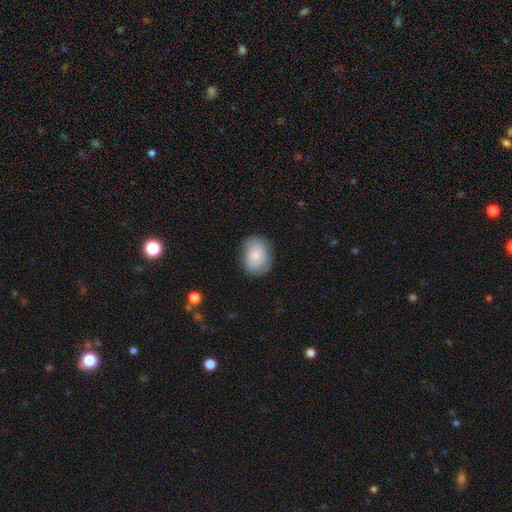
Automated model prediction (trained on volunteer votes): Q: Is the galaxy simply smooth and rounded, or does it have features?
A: smooth — 67%.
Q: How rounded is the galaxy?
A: in between — 60%.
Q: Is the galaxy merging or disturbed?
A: none — 77%.